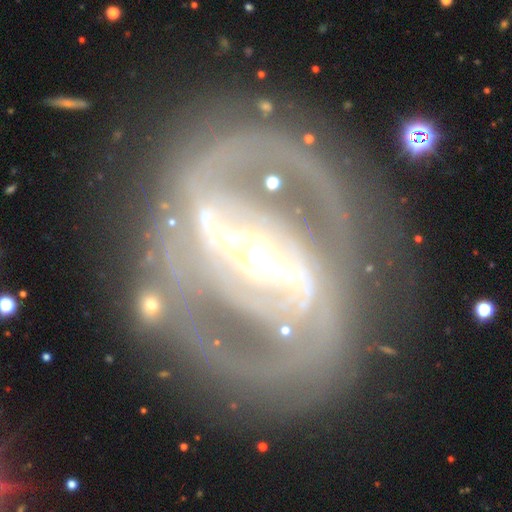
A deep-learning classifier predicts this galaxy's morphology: This appears to be a featured or disk galaxy (90%) with a strong bar (79%), 2 (82%) medium (44%) spiral arms (93%) and a moderate central bulge (46%). Merging: none (77%).